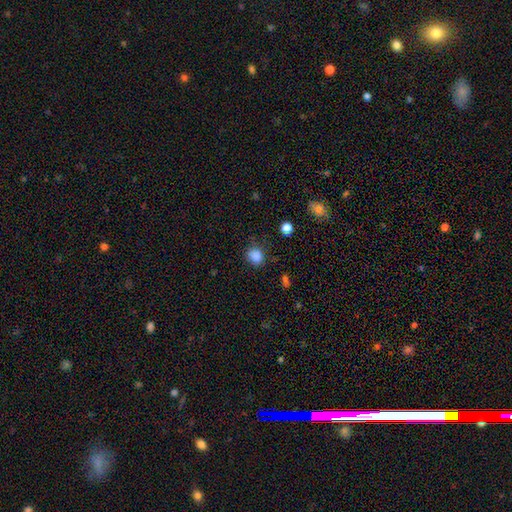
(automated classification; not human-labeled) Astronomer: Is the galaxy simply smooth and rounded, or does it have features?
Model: smooth — 85%.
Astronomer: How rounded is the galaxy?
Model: round — 69%.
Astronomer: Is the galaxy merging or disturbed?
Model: none — 76%.